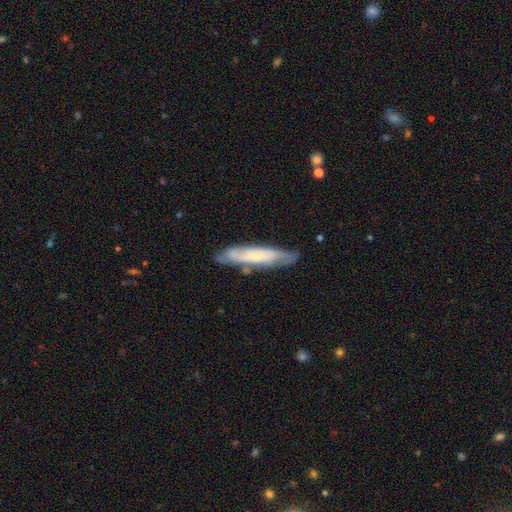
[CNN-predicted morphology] featured or disk 50%, smooth 43%, star or artifact 7%. Down the decision tree: edge-on disk — yes (54%); merging — none (77%).